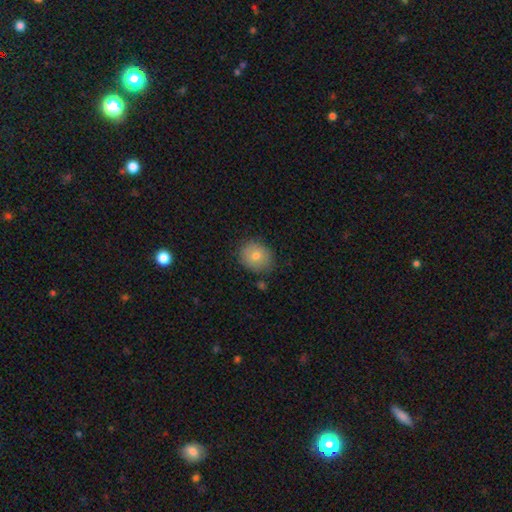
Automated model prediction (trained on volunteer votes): This is likely a smooth galaxy (77%). How rounded: likely round (69%). Merging: clearly none (80%).